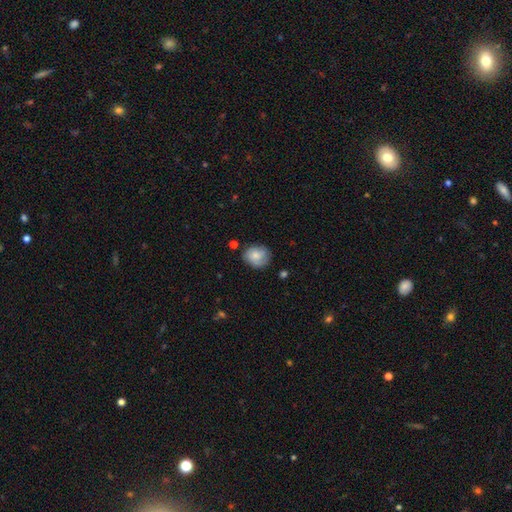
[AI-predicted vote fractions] Smooth or featured? smooth (67%)
How rounded? round (70%)
Merging? none (67%)